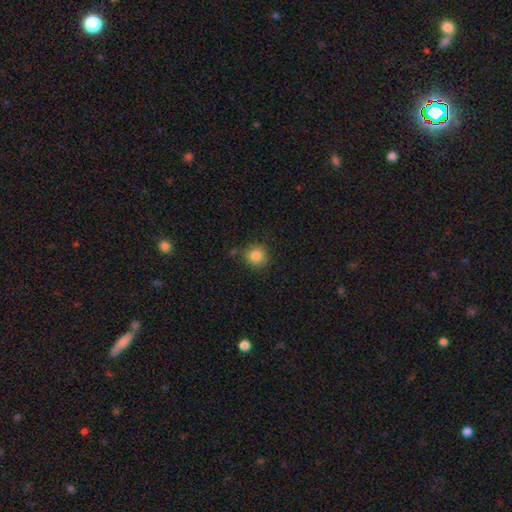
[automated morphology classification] smooth-or-featured: smooth: 85% | star or artifact: 10% | featured or disk: 5%
  how-rounded: round: 90% | in between: 9% | cigar-shaped: 1%
  merging: none: 79% | minor disturbance: 14% | merger: 4% | major disturbance: 3%